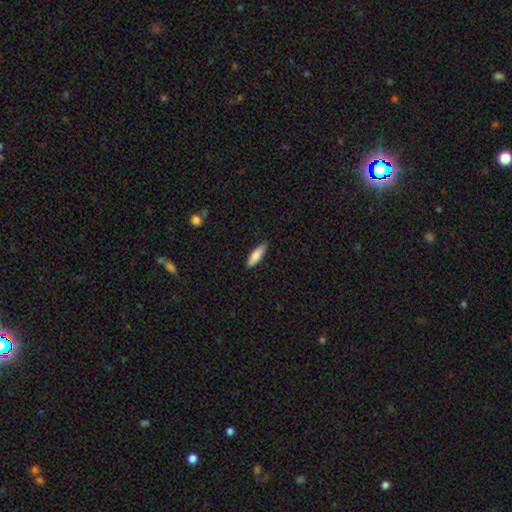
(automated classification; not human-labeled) A smooth galaxy with no disk features (81%) that is cigar-shaped (53%).

Vote fractions:
- Smooth or featured? smooth: 81% / featured or disk: 13% / star or artifact: 6%
- How rounded? cigar-shaped: 53% / in between: 45% / round: 2%
- Merging? none: 81% / minor disturbance: 16% / major disturbance: 2% / merger: 1%